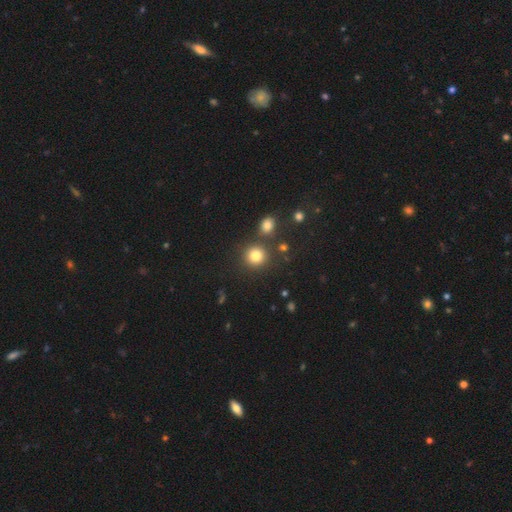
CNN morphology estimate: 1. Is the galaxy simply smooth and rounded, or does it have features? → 81% smooth, 13% star or artifact, 6% featured or disk.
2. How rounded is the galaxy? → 90% round, 9% in between, 1% cigar-shaped.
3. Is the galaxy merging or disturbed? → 81% none, 8% merger, 7% minor disturbance, 3% major disturbance.